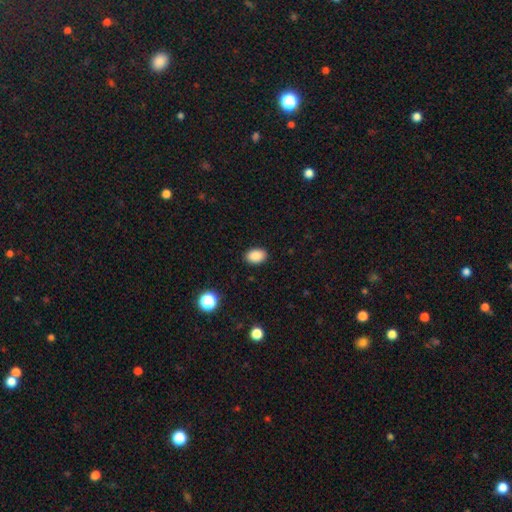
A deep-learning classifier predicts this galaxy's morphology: Overall: smooth (88%). How rounded: in between (79%). Merging: none (89%).